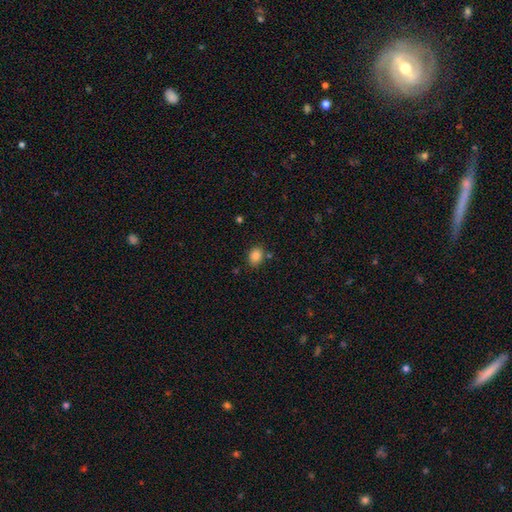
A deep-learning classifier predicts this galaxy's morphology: Smooth or featured: smooth — 84% (star or artifact — 10%)
How rounded: round — 50% (in between — 49%)
Merging: none — 82% (minor disturbance — 11%)